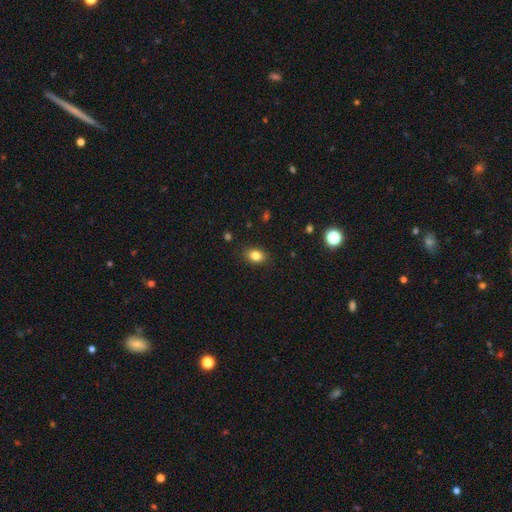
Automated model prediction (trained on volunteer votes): Smooth or featured? Predicted: smooth (p=0.83). How rounded? Predicted: in between (p=0.77). Merging? Predicted: none (p=0.87).